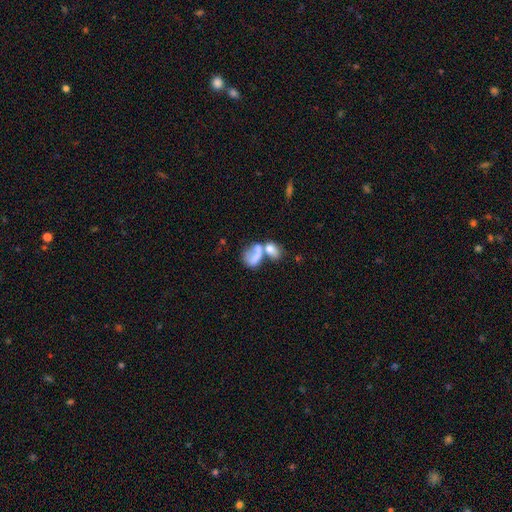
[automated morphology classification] smooth-or-featured: smooth: 64% | featured or disk: 26% | star or artifact: 10%
  how-rounded: in between: 79% | round: 17% | cigar-shaped: 4%
  merging: merger: 61% | none: 16% | major disturbance: 14% | minor disturbance: 9%